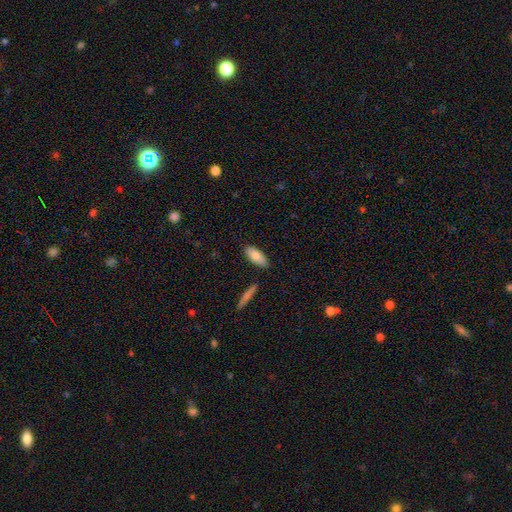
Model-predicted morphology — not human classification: A smooth galaxy with no disk features (83%) that is in between round and cigar-shaped (80%). Merging: none (83%).